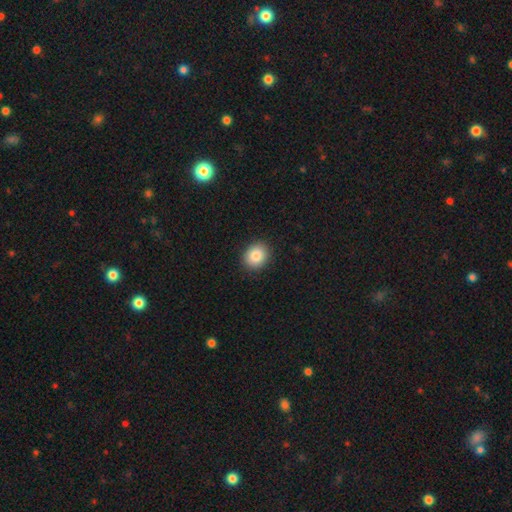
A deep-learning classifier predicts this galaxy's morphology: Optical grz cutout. It shows a smooth galaxy with no disk features (85%) that is round (67%). Merging: none (91%).